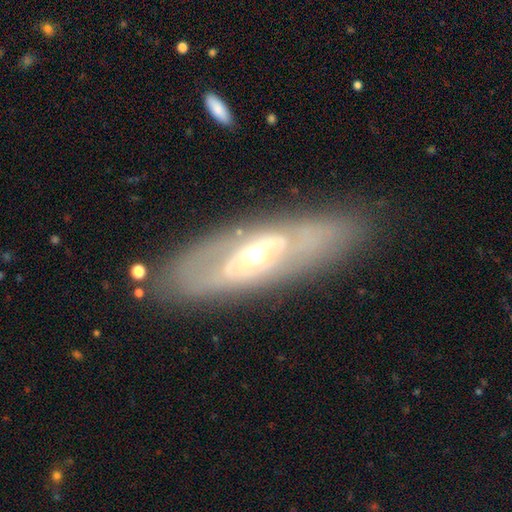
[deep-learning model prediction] Smooth or featured?
  - featured or disk: 71% *
  - smooth: 23%
  - star or artifact: 6%
Edge-on disk?
  - no: 77% *
  - yes: 23%
Bar?
  - no: 61% *
  - weak: 25%
  - strong: 13%
Spiral arms?
  - no: 64% *
  - yes: 36%
Bulge size?
  - moderate: 66% *
  - small: 23%
  - large: 9%
  - dominant: 1%
  - none: 1%
Merging?
  - none: 81% *
  - minor disturbance: 12%
  - major disturbance: 5%
  - merger: 2%